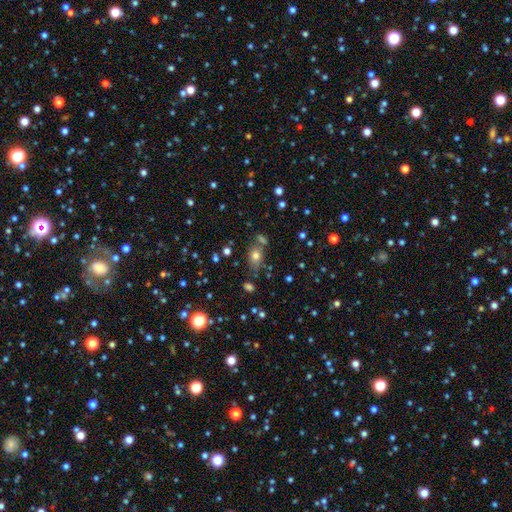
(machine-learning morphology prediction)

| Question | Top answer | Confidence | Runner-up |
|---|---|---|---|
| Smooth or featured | smooth | 73% | star or artifact (16%) |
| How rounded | in between | 63% | round (35%) |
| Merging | none | 67% | minor disturbance (15%) |